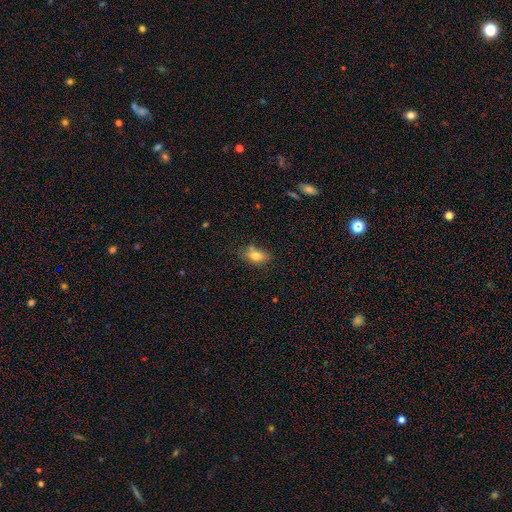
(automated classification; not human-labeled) This is likely a smooth galaxy (75%). How rounded: clearly in between (83%). Merging: likely none (64%).